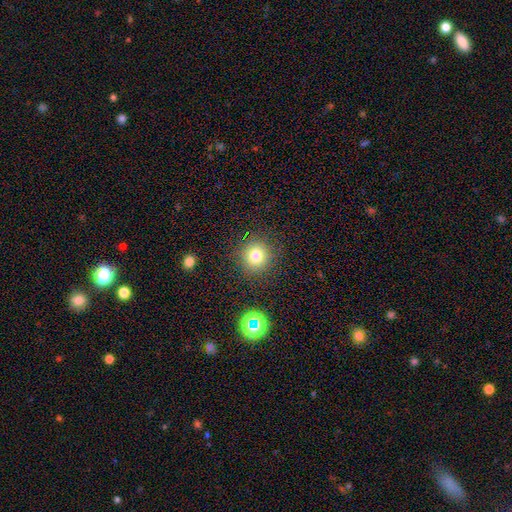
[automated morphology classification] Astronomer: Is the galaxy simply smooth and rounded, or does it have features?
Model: smooth — 76%.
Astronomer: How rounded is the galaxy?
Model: round — 92%.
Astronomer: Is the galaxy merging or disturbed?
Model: none — 87%.